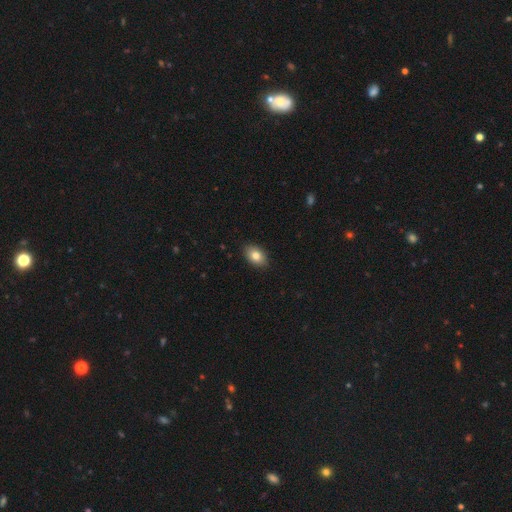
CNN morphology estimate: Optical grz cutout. It shows a smooth galaxy with no disk features (82%) that is in between round and cigar-shaped (85%). Merging: none (89%).